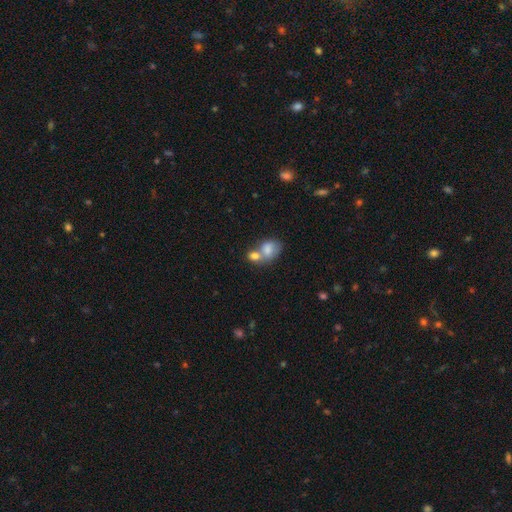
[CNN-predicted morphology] This appears to be a smooth galaxy with no disk features (76%) that is in between round and cigar-shaped (64%). Merging: merger (62%).